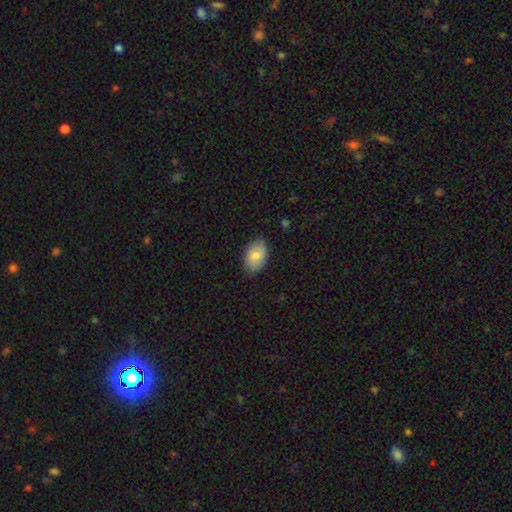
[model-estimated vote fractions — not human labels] This appears to be a smooth galaxy with no disk features (82%) that is in between round and cigar-shaped (92%). Merging: none (82%).